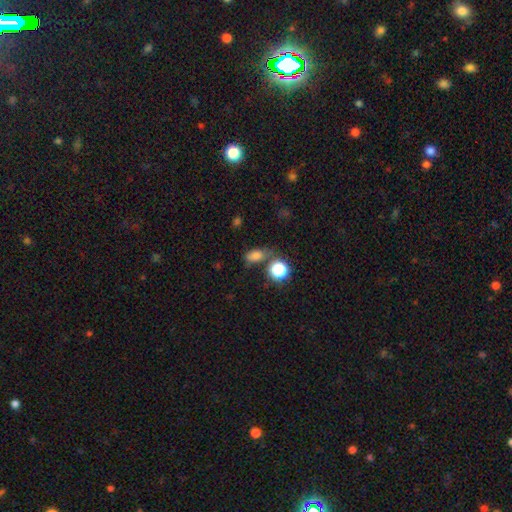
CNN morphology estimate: Smooth or featured? Predicted: smooth (p=0.74). How rounded? Predicted: in between (p=0.71). Merging? Predicted: none (p=0.60).